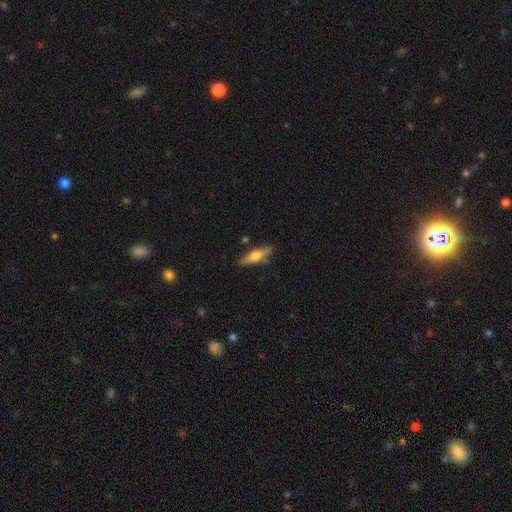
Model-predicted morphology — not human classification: Smooth or featured: smooth — 49% (featured or disk — 45%)
Merging: none — 81% (minor disturbance — 13%)